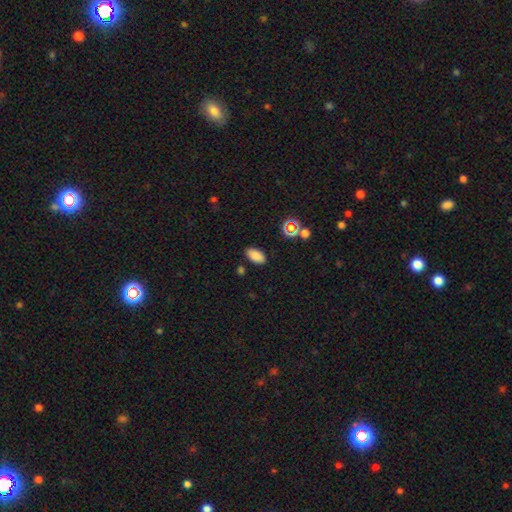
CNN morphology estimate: Smooth or featured: smooth — 83% (star or artifact — 11%)
How rounded: in between — 93% (round — 4%)
Merging: none — 85% (minor disturbance — 10%)